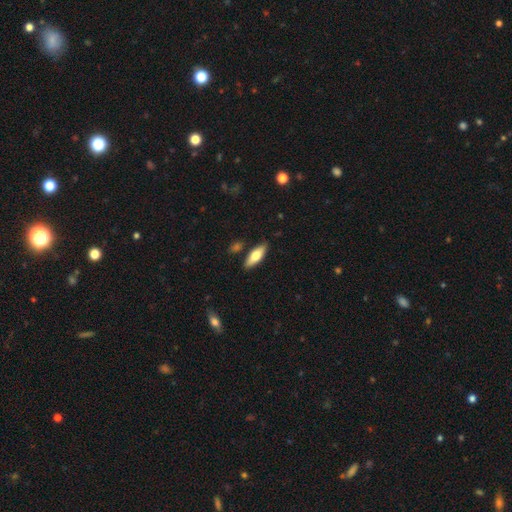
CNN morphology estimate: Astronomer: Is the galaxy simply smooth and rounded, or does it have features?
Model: smooth — 66%.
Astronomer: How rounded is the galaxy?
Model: in between — 63%.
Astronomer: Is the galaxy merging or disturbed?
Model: none — 83%.